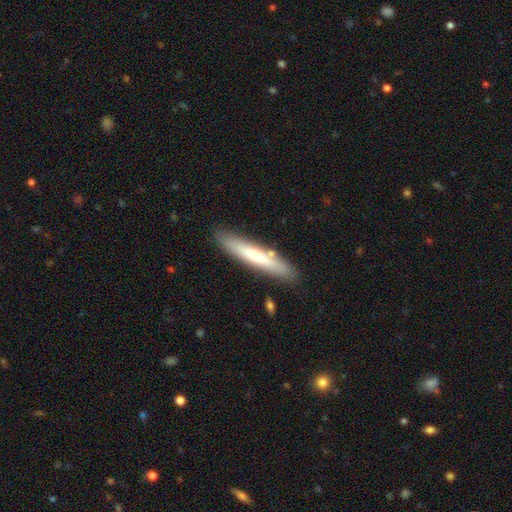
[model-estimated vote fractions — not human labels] A smooth galaxy with no disk features (52%) that is cigar-shaped (90%). Merging: none (87%).